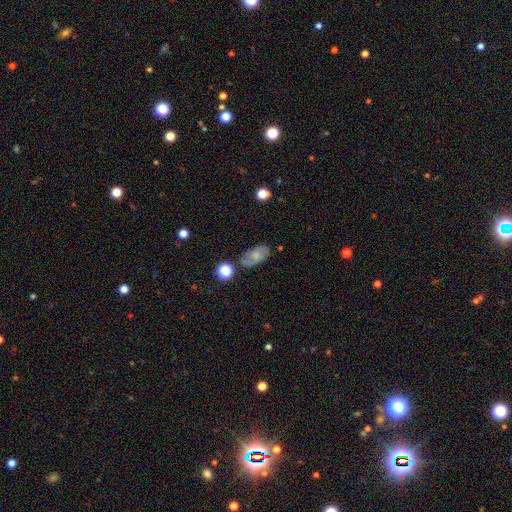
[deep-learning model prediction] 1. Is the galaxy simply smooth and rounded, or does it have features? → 65% smooth, 26% featured or disk, 9% star or artifact.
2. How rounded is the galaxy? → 91% in between, 6% round, 3% cigar-shaped.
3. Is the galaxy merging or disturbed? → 69% none, 20% minor disturbance, 6% major disturbance, 4% merger.